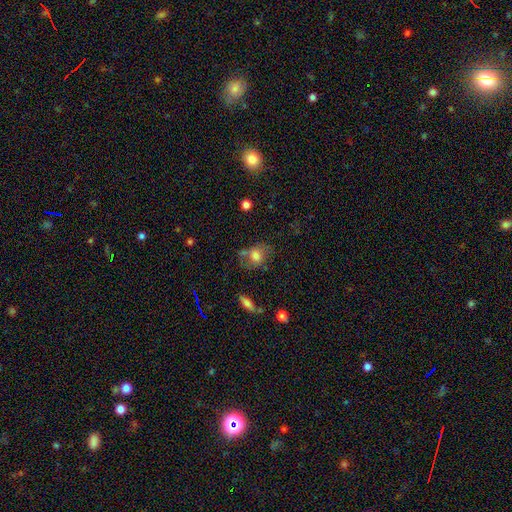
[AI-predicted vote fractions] The model was most divided on "how rounded": in between: 53%, round: 46%, cigar-shaped: 2%. More confident: smooth or featured — smooth (69%); merging — none (50%).